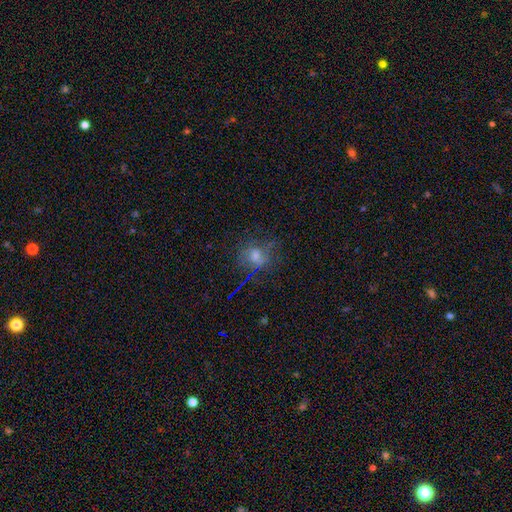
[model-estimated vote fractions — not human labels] The model was most divided on "smooth or featured": smooth: 45%, star or artifact: 28%, featured or disk: 27%. More confident: merging — none (65%).